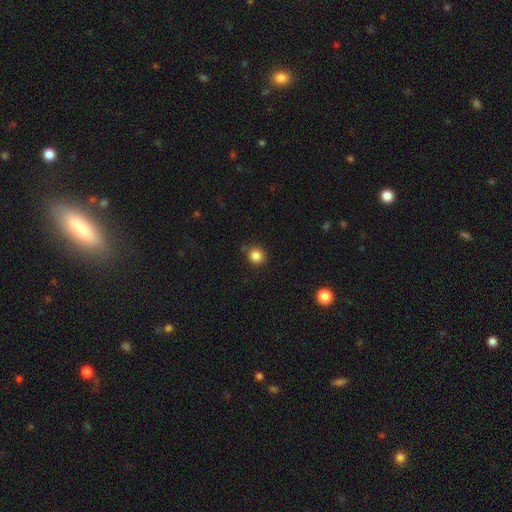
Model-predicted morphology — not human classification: A smooth galaxy with no disk features (85%) that is round (89%).

Vote fractions:
- Smooth or featured? smooth: 85% / star or artifact: 11% / featured or disk: 4%
- How rounded? round: 89% / in between: 10% / cigar-shaped: 1%
- Merging? none: 83% / minor disturbance: 12% / major disturbance: 3% / merger: 3%